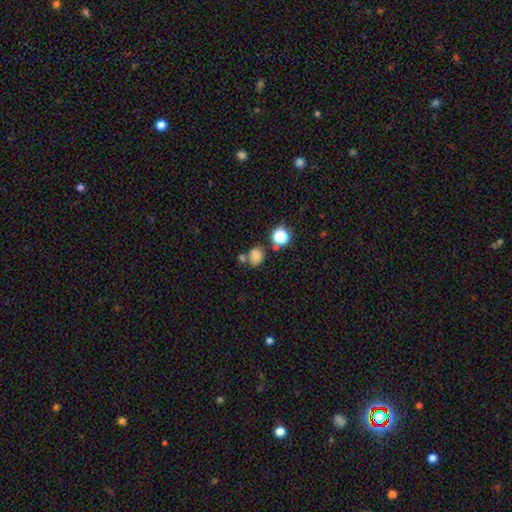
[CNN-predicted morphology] A smooth galaxy with no disk features (78%) that is round (54%).

Vote fractions:
- Smooth or featured? smooth: 78% / star or artifact: 15% / featured or disk: 7%
- How rounded? round: 54% / in between: 45% / cigar-shaped: 1%
- Merging? none: 60% / merger: 21% / minor disturbance: 14% / major disturbance: 5%